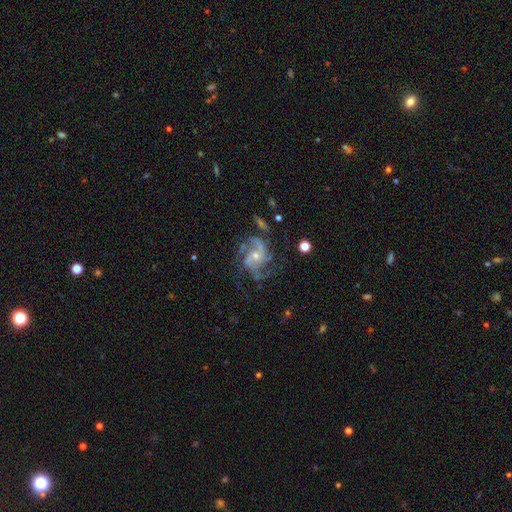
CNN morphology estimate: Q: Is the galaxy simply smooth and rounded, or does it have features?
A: featured or disk — 88%.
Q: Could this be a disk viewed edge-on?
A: no — 98%.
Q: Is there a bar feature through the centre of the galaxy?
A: no — 63%.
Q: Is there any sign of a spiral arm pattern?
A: yes — 97%.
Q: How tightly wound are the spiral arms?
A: medium — 51%.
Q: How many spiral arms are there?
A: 2 — 39%.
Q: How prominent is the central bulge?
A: small — 60%.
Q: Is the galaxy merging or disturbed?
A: none — 64%.